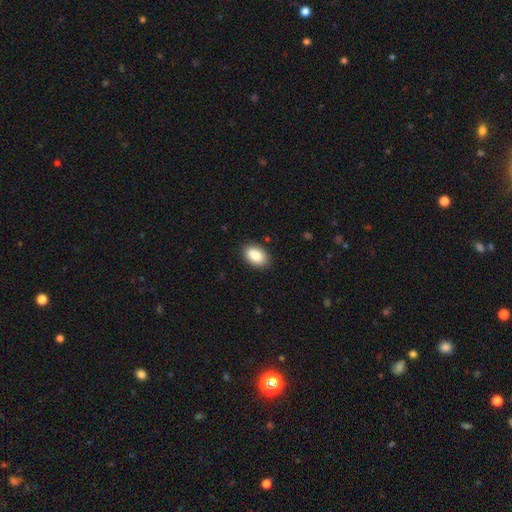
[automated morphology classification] smooth-or-featured: smooth: 85% | featured or disk: 8% | star or artifact: 7%
  how-rounded: in between: 89% | round: 9% | cigar-shaped: 1%
  merging: none: 84% | minor disturbance: 12% | major disturbance: 2% | merger: 2%